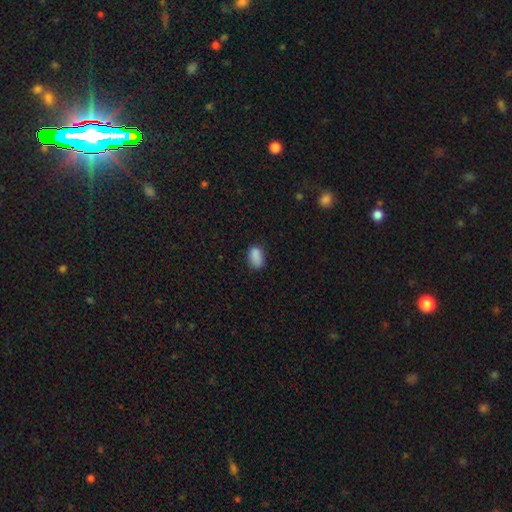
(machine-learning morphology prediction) Smooth or featured?
  - smooth: 86% *
  - star or artifact: 9%
  - featured or disk: 4%
How rounded?
  - in between: 89% *
  - round: 9%
  - cigar-shaped: 2%
Merging?
  - none: 71% *
  - minor disturbance: 23%
  - major disturbance: 5%
  - merger: 2%